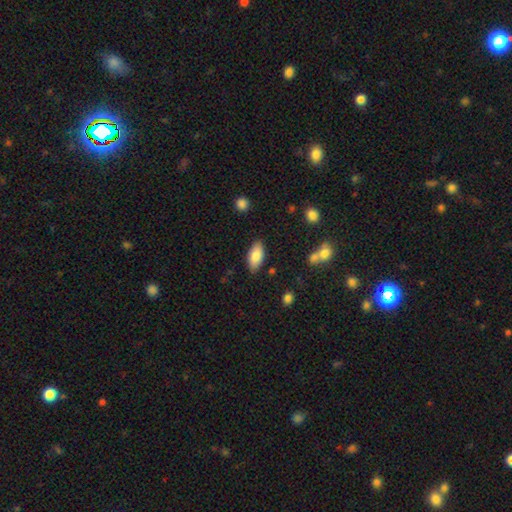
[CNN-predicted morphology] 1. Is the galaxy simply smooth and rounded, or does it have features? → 84% smooth, 9% featured or disk, 7% star or artifact.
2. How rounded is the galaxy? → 89% in between, 9% cigar-shaped, 2% round.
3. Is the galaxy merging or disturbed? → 83% none, 12% minor disturbance, 3% major disturbance, 2% merger.